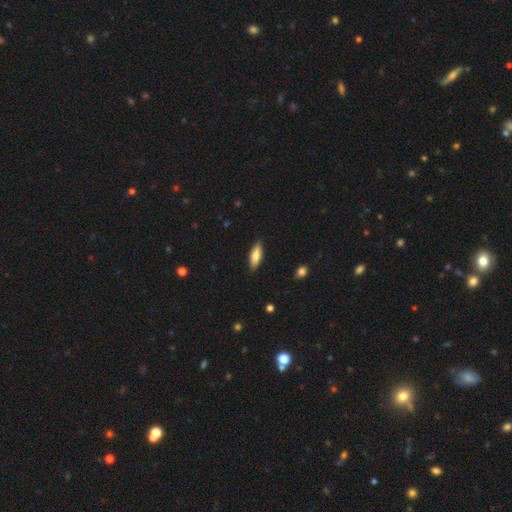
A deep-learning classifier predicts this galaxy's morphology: Q: Smooth or featured?
A: smooth (76%); runner-up: featured or disk (18%)
Q: How rounded?
A: in between (57%); runner-up: cigar-shaped (41%)
Q: Merging?
A: none (87%); runner-up: minor disturbance (10%)